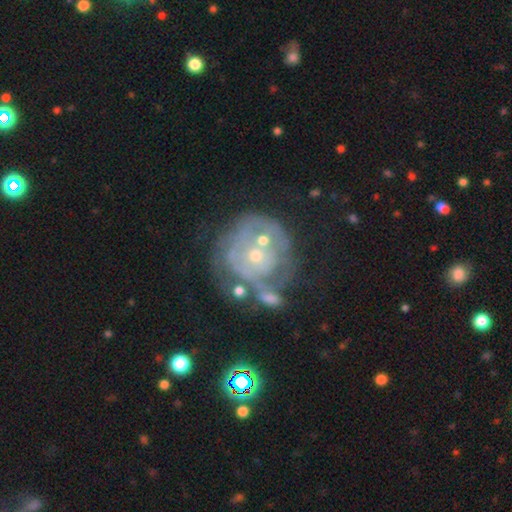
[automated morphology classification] This appears to be a featured or disk galaxy (71%) with no bar (86%), spiral arms (52%) and a small central bulge (65%). Merging: none (41%).